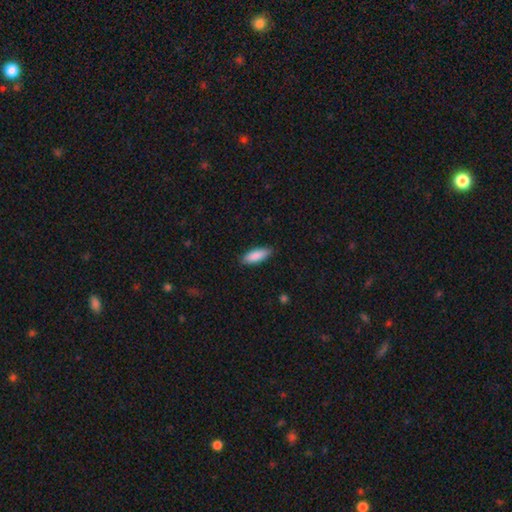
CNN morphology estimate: Overall: smooth (89%). How rounded: in between (66%; cigar-shaped 33%). Merging: none (86%).